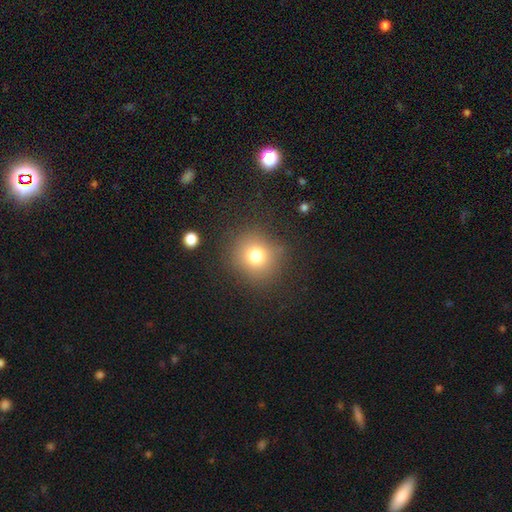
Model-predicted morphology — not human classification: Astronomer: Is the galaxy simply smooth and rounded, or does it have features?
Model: smooth — 75%.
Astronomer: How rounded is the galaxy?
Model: round — 87%.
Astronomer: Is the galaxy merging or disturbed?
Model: none — 84%.